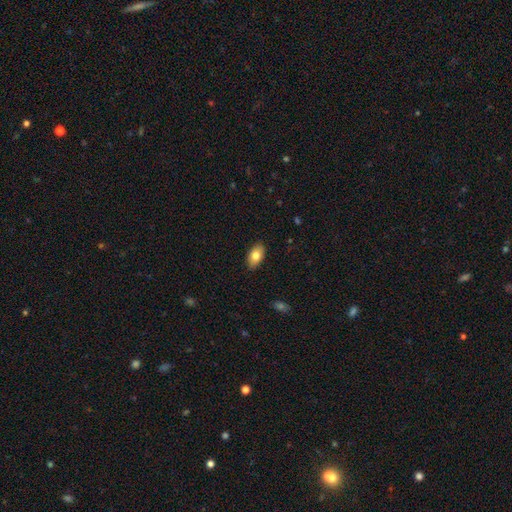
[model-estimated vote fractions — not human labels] The model was most divided on "smooth or featured": smooth: 80%, featured or disk: 13%, star or artifact: 7%. More confident: how rounded — in between (93%); merging — none (88%).